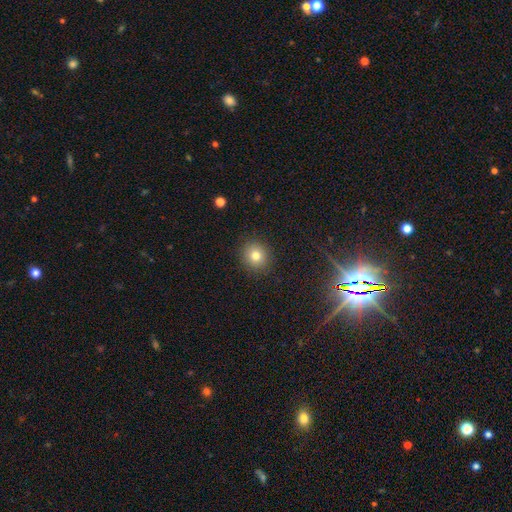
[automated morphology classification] A smooth galaxy with no disk features (78%) that is round (87%).

Vote fractions:
- Smooth or featured? smooth: 78% / star or artifact: 13% / featured or disk: 9%
- How rounded? round: 87% / in between: 12% / cigar-shaped: 1%
- Merging? none: 89% / minor disturbance: 7% / major disturbance: 3% / merger: 1%